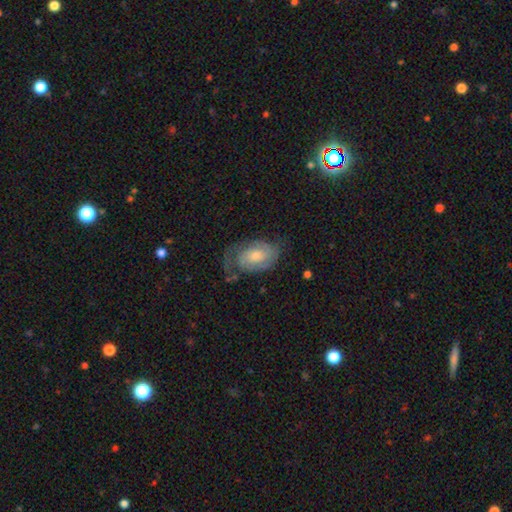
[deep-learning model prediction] This appears to be a featured or disk galaxy (66%) with no bar (66%), 2 (55%) tight (48%) spiral arms (87%) and a moderate central bulge (58%). Merging: none (55%).